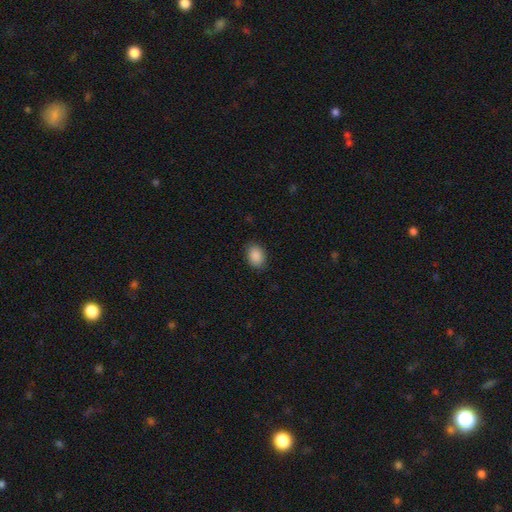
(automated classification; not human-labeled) Overall: smooth (89%). How rounded: in between (77%). Merging: none (86%).